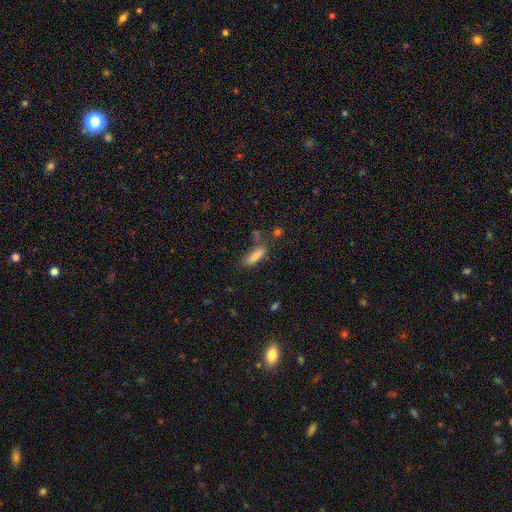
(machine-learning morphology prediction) This appears to be a smooth galaxy with no disk features (79%) that is cigar-shaped (53%). Merging: none (52%).